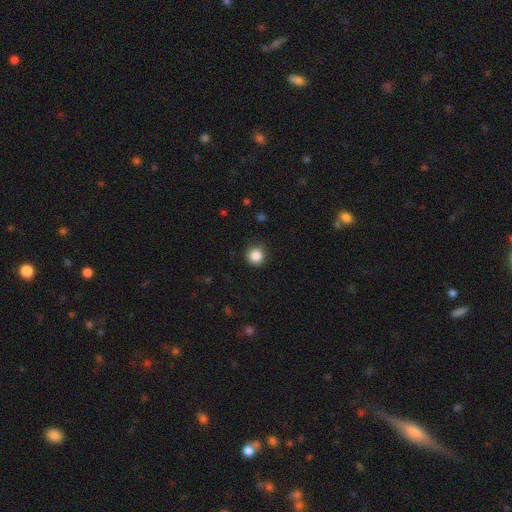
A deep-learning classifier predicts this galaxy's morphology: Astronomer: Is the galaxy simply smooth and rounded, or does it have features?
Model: smooth — 86%.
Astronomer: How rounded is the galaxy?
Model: round — 94%.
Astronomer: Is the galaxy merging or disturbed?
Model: none — 88%.